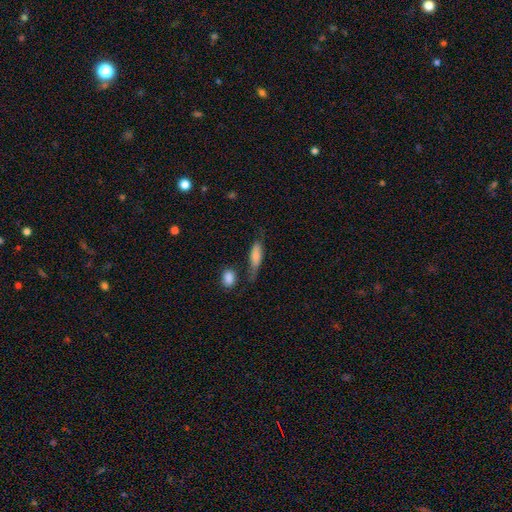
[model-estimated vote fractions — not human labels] This is likely a smooth galaxy (76%). How rounded: possibly in between (49%). Merging: possibly none (46%).